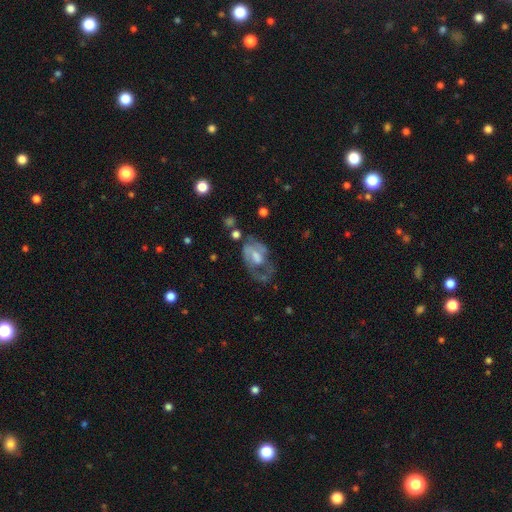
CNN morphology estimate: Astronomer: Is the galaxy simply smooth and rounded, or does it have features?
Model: featured or disk — 61%.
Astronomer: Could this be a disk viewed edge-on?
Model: no — 95%.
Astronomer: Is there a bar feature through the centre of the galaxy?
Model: no — 51% (runner-up: weak, 38%).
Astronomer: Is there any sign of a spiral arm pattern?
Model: yes — 54% (runner-up: no, 46%).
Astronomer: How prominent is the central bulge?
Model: moderate — 42% (runner-up: small, 22%).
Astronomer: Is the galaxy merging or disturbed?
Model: major disturbance — 42% (runner-up: none, 29%).